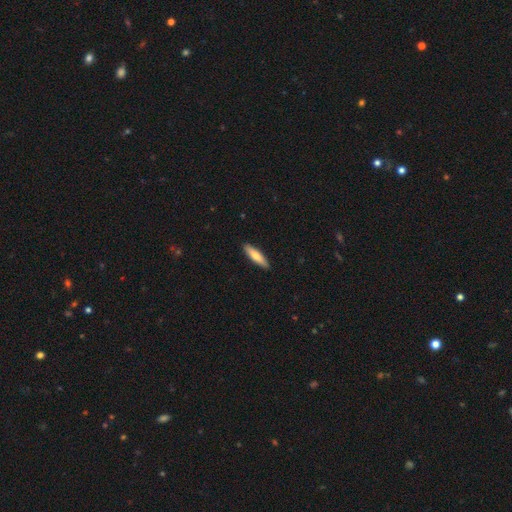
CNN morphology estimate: smooth_or_featured: smooth (p=0.71) [alt: featured or disk p=0.24]
how_rounded: cigar-shaped (p=0.76) [alt: in between p=0.23]
merging: none (p=0.91) [alt: minor disturbance p=0.07]